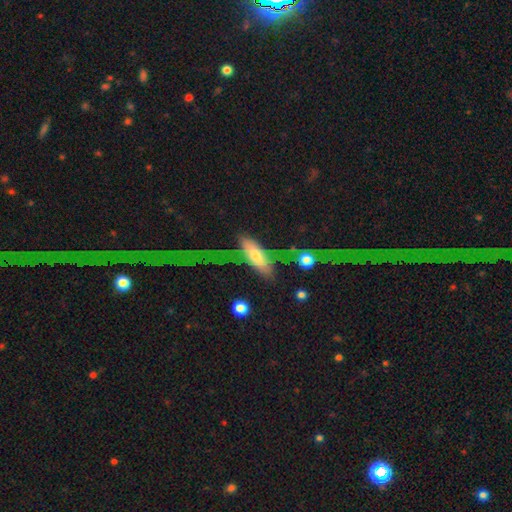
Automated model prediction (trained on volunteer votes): This is likely a smooth galaxy (63%). How rounded: likely in between (65%). Merging: marginally none (40%).